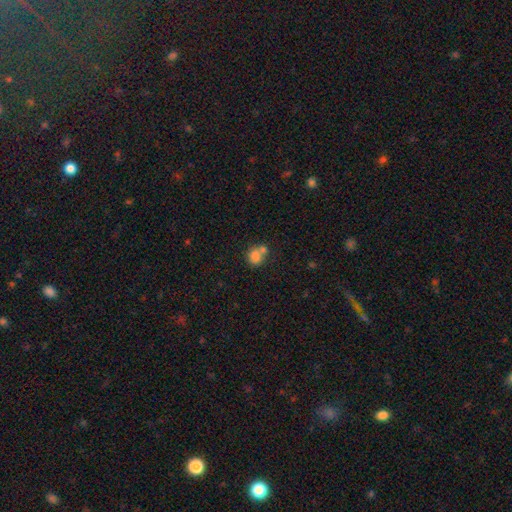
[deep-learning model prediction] smooth_or_featured: smooth (p=0.79) [alt: star or artifact p=0.11]
how_rounded: round (p=0.73) [alt: in between p=0.26]
merging: merger (p=0.46) [alt: none p=0.41]